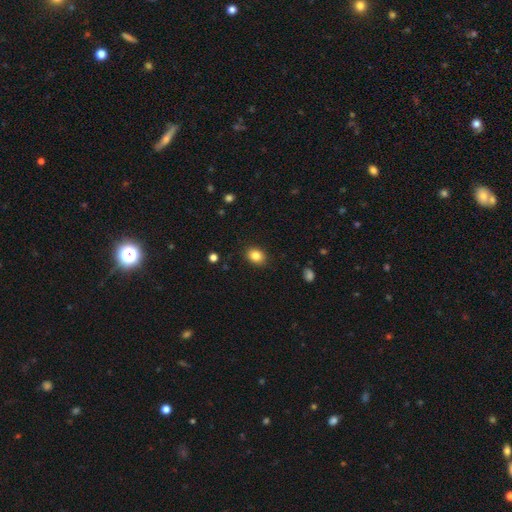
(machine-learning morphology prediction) This is clearly a smooth galaxy (84%). How rounded: likely in between (60%). Merging: clearly none (88%).